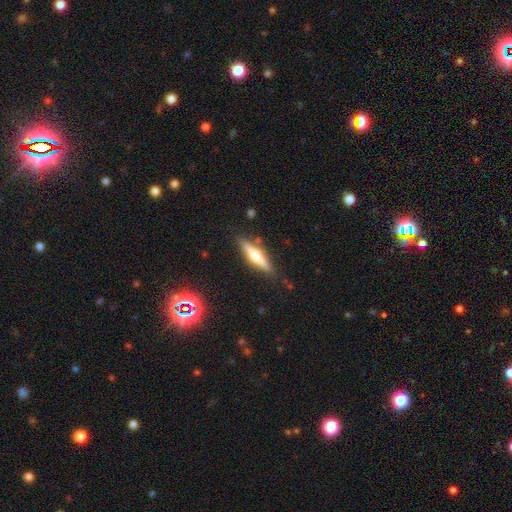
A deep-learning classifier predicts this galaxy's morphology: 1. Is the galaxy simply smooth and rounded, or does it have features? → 60% featured or disk, 33% smooth, 7% star or artifact.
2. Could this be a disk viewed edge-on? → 95% yes, 5% no.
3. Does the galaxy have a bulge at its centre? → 88% rounded, 6% boxy, 6% none.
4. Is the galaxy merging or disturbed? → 84% none, 11% minor disturbance, 3% merger, 3% major disturbance.